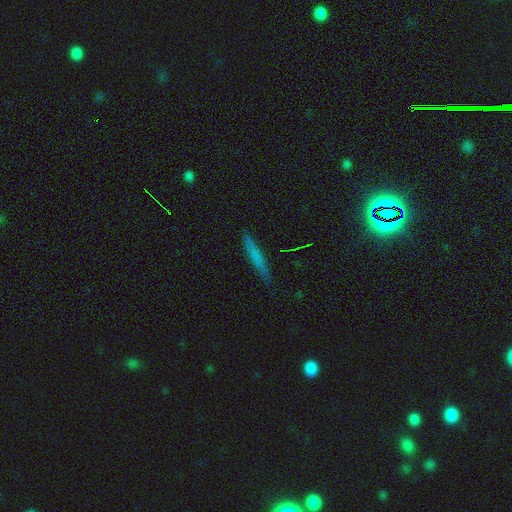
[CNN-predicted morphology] This appears to be a smooth galaxy with no disk features (62%) that is cigar-shaped (94%). Merging: none (88%).